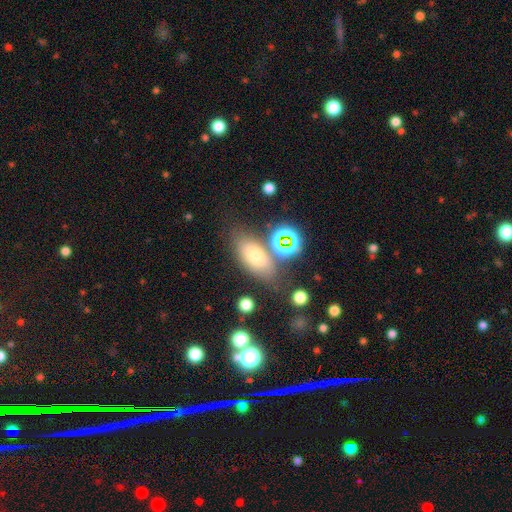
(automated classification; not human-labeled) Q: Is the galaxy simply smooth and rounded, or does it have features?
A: smooth — 63%.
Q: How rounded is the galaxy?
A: in between — 78%.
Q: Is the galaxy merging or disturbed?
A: none — 69%.